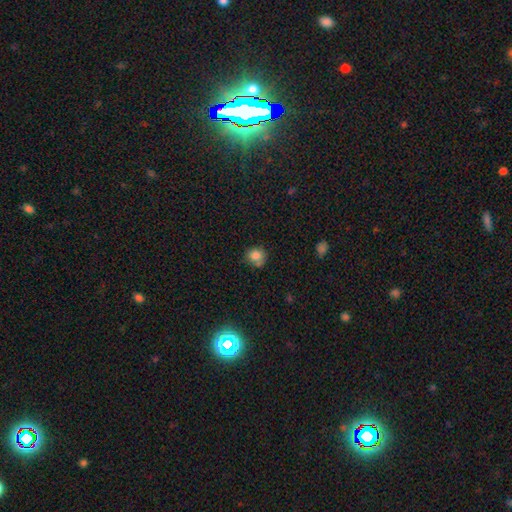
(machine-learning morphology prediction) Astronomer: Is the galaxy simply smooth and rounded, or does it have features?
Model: smooth — 80%.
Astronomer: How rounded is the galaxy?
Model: round — 80%.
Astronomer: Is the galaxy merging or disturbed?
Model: none — 61%.